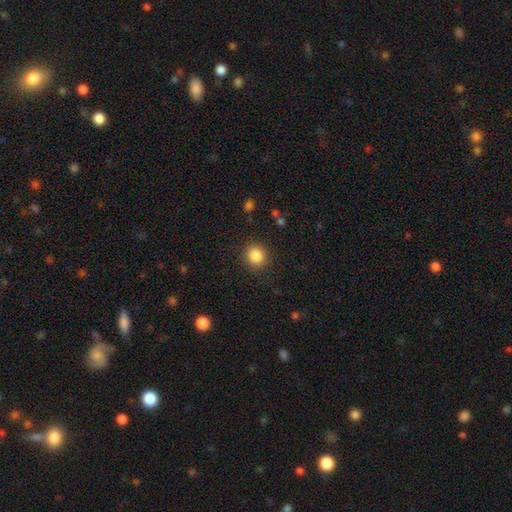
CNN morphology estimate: A smooth galaxy with no disk features (85%) that is round (91%).

Vote fractions:
- Smooth or featured? smooth: 85% / star or artifact: 10% / featured or disk: 4%
- How rounded? round: 91% / in between: 9% / cigar-shaped: 1%
- Merging? none: 89% / minor disturbance: 7% / major disturbance: 3% / merger: 1%